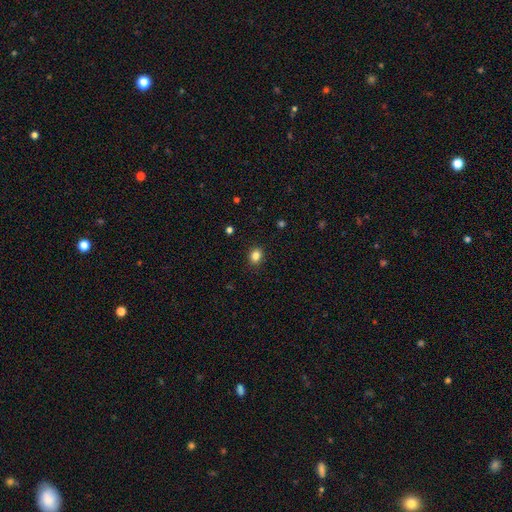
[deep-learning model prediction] Smooth or featured: smooth — 84% (star or artifact — 11%)
How rounded: round — 52% (in between — 47%)
Merging: none — 89% (minor disturbance — 8%)